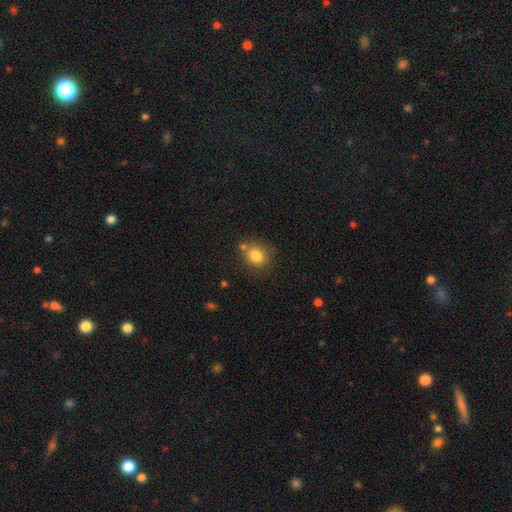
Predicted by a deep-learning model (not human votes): Smooth or featured?
  - smooth: 82% *
  - star or artifact: 10%
  - featured or disk: 8%
How rounded?
  - round: 66% *
  - in between: 33%
  - cigar-shaped: 1%
Merging?
  - none: 67% *
  - minor disturbance: 15%
  - merger: 13%
  - major disturbance: 4%